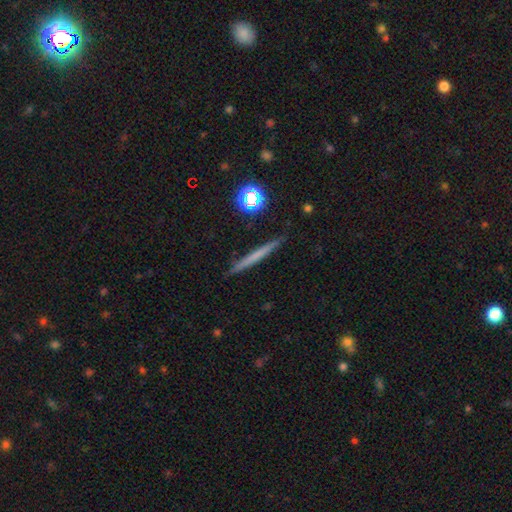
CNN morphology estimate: Smooth or featured? Predicted: smooth (p=0.51). How rounded? Predicted: cigar-shaped (p=0.95). Merging? Predicted: none (p=0.91).